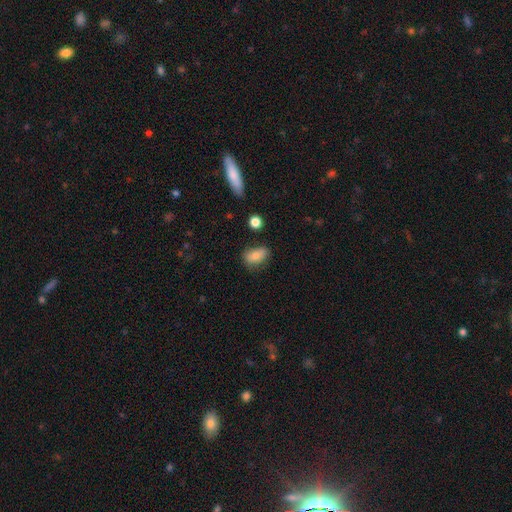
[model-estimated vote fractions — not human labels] Smooth or featured? smooth (79%)
How rounded? in between (85%)
Merging? none (65%)